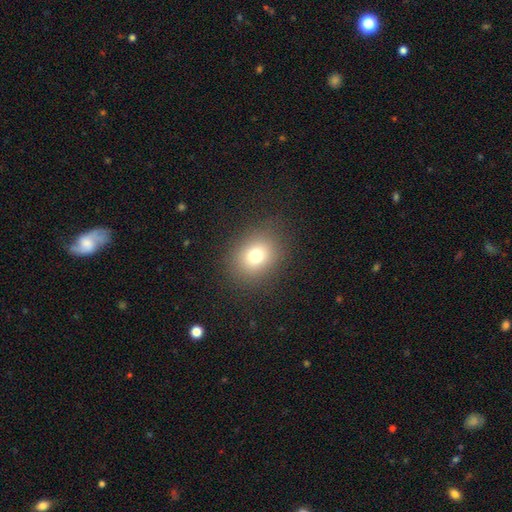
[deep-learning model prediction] smooth-or-featured: smooth: 75% | star or artifact: 15% | featured or disk: 10%
  how-rounded: round: 57% | in between: 42% | cigar-shaped: 1%
  merging: none: 85% | minor disturbance: 9% | major disturbance: 5% | merger: 1%